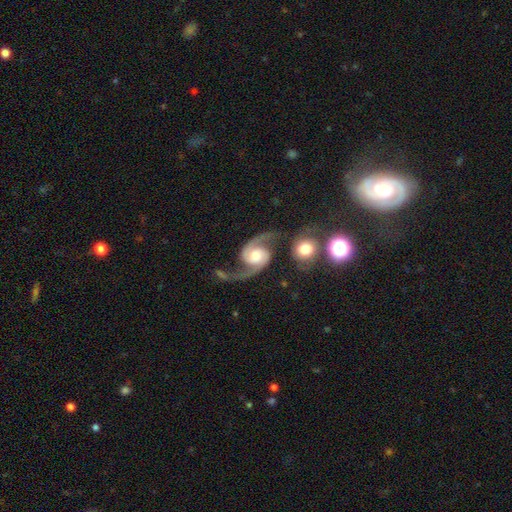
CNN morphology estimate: smooth-or-featured: featured or disk: 93% | star or artifact: 4% | smooth: 4%
  disk-edge-on: no: 98% | yes: 2%
    bar: no: 60% | weak: 31% | strong: 9%
    has-spiral-arms: yes: 98% | no: 2%
      spiral-winding: loose: 52% | medium: 39% | tight: 9%
      spiral-arm-count: 2: 94% | 1: 1% | can't tell: 1% | 3: 1% | 4: 1% | more than 4: 1%
    bulge-size: moderate: 56% | large: 19% | small: 19% | none: 3% | dominant: 3%
  merging: none: 62% | minor disturbance: 15% | merger: 12% | major disturbance: 10%